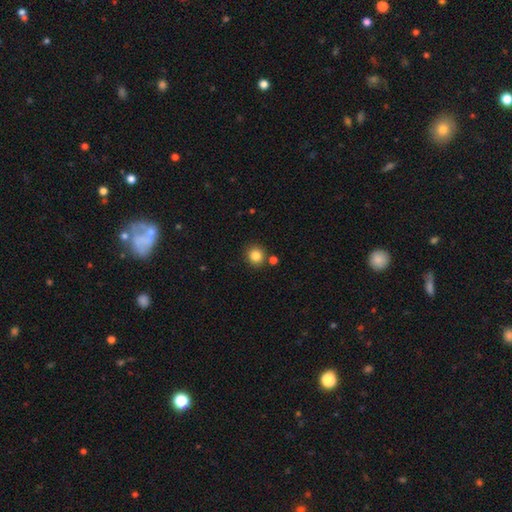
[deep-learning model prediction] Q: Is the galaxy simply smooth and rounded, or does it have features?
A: smooth — 84%.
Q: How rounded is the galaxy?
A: round — 89%.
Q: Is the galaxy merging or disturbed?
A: none — 83%.